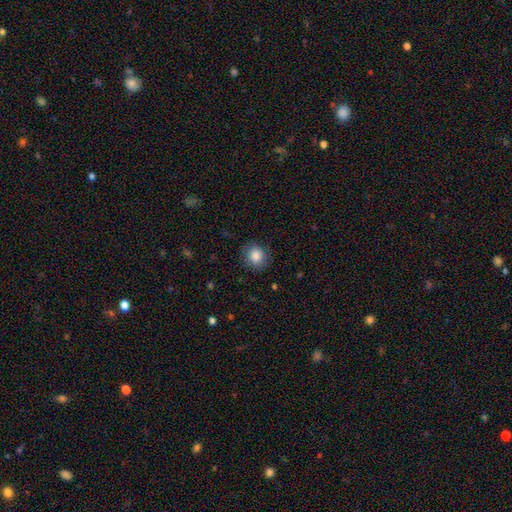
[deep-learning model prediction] Overall: smooth (85%). How rounded: round (83%). Merging: none (84%).